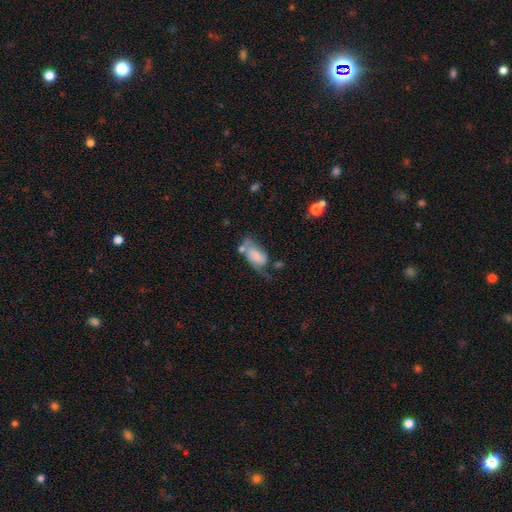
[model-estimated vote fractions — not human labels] Overall: smooth (57%; featured or disk 35%). How rounded: in between (91%). Merging: major disturbance (33%; minor disturbance 27%).